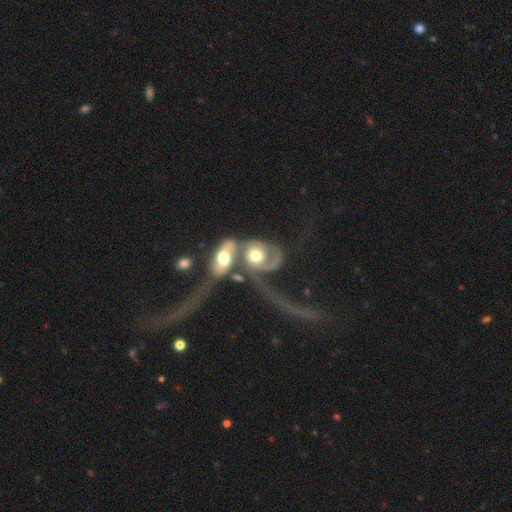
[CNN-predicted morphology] featured or disk 71%, smooth 23%, star or artifact 6%. Down the decision tree: edge-on disk — no (94%); bar — no (74%); spiral arms — yes (81%); spiral arm count — 2 (42%); spiral winding — loose (43%); bulge size — moderate (60%); merging — merger (63%).